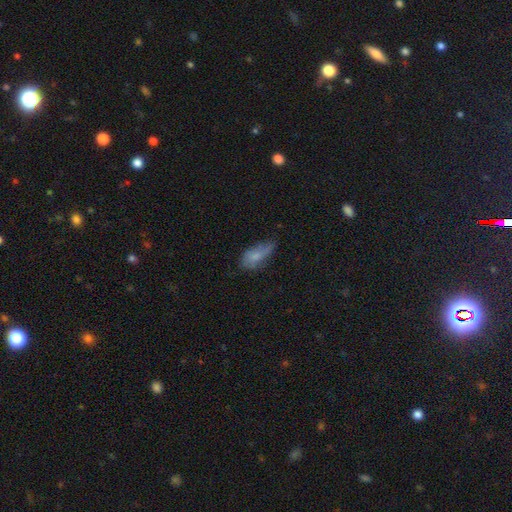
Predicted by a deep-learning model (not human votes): Smooth or featured? smooth (67%)
How rounded? in between (84%)
Merging? none (44%)